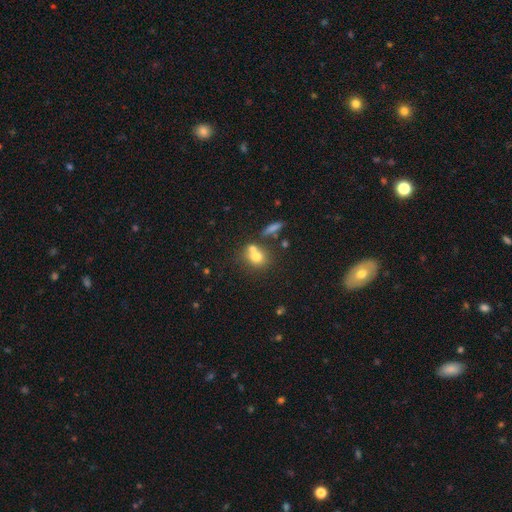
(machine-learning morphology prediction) Q: Smooth or featured?
A: smooth (72%); runner-up: featured or disk (16%)
Q: How rounded?
A: round (71%); runner-up: in between (27%)
Q: Merging?
A: merger (43%); tied with: none (43%)